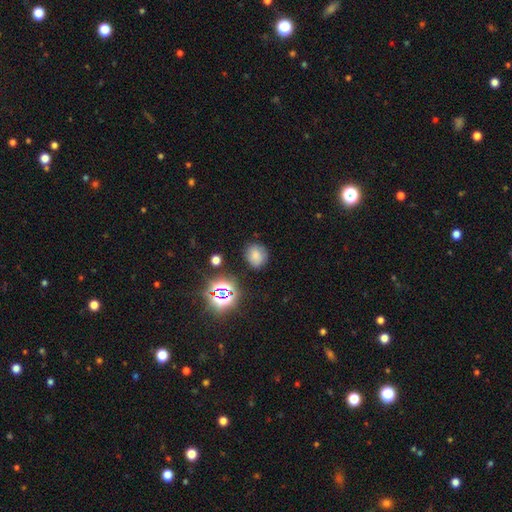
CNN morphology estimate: Smooth or featured: smooth — 72% (star or artifact — 19%)
How rounded: round — 74% (in between — 25%)
Merging: none — 82% (minor disturbance — 12%)